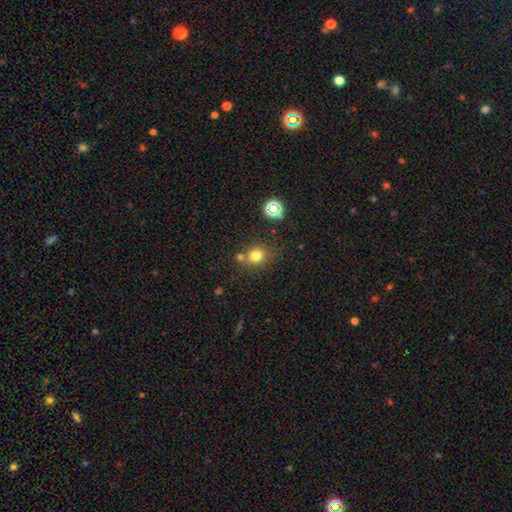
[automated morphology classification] A smooth galaxy with no disk features (76%) that is round (78%).

Vote fractions:
- Smooth or featured? smooth: 76% / star or artifact: 16% / featured or disk: 7%
- How rounded? round: 78% / in between: 21% / cigar-shaped: 1%
- Merging? none: 67% / merger: 17% / minor disturbance: 12% / major disturbance: 4%